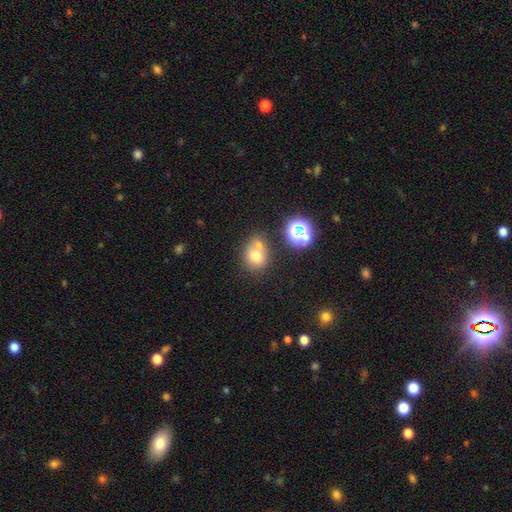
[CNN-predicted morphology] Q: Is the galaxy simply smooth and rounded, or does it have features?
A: smooth — 68%.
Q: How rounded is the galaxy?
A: round — 69%.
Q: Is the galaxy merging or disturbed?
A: none — 44%.